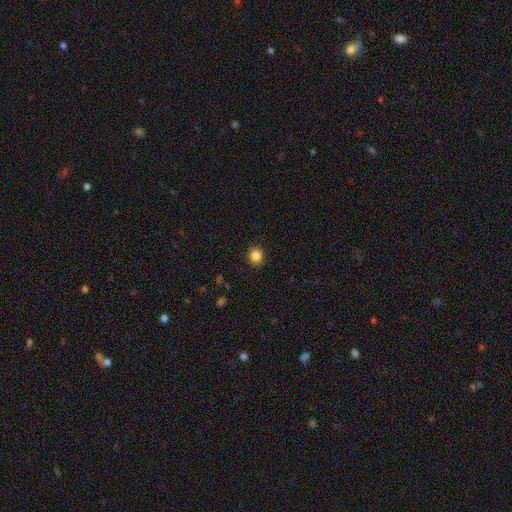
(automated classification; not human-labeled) This appears to be a smooth galaxy with no disk features (86%) that is round (81%). Merging: none (91%).